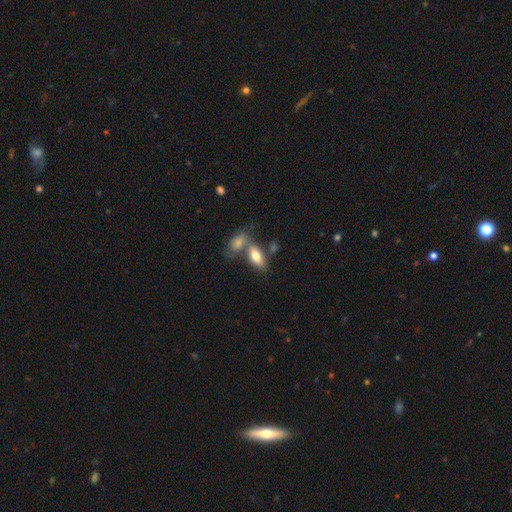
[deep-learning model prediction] The model was most divided on "merging": none: 46%, merger: 38%, minor disturbance: 12%, major disturbance: 4%. More confident: how rounded — in between (84%); smooth or featured — smooth (76%).